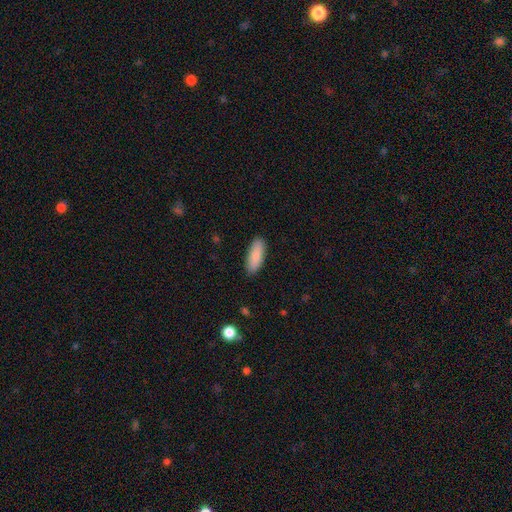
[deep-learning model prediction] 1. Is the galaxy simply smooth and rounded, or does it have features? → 87% smooth, 7% featured or disk, 6% star or artifact.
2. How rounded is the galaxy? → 68% in between, 30% cigar-shaped, 2% round.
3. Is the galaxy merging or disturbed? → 89% none, 8% minor disturbance, 2% major disturbance, 1% merger.